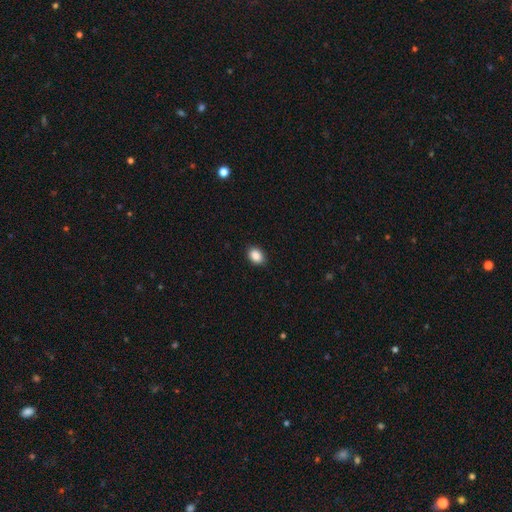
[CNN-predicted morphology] Overall: smooth (89%). How rounded: in between (76%). Merging: none (88%).